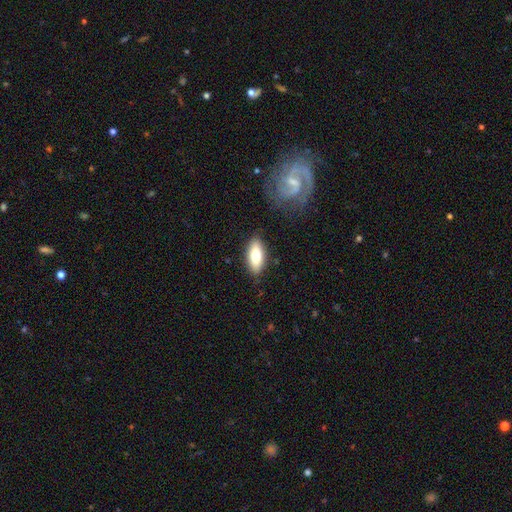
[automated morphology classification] Smooth or featured? Predicted: smooth (p=0.76). How rounded? Predicted: in between (p=0.81). Merging? Predicted: none (p=0.85).